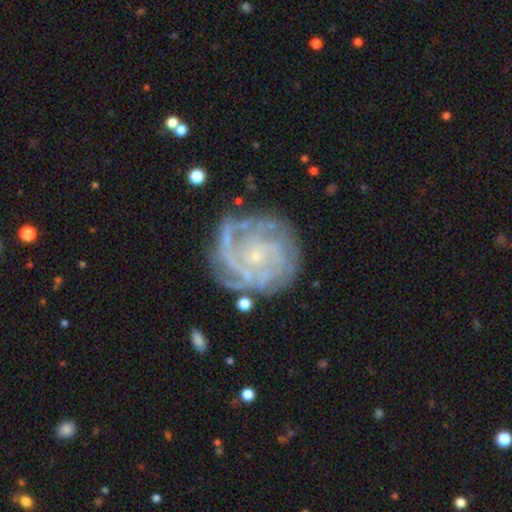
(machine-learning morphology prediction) type=featured or disk (86%); edge-on=no (98%); bar=no (73%); spiral arms=yes (96%); winding=tight (68%); arm count=3 (24%, tied with 4); bulge=small (81%); merging=none (73%).